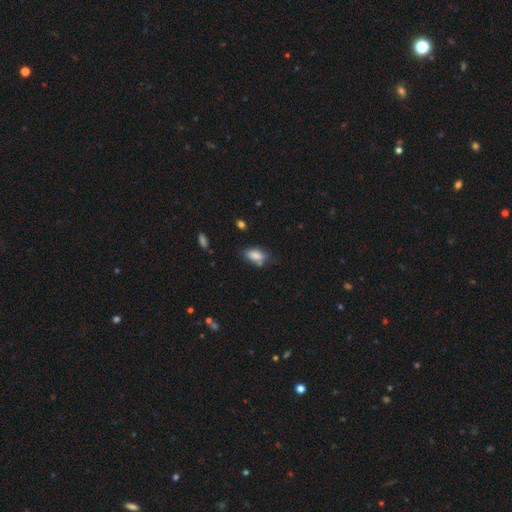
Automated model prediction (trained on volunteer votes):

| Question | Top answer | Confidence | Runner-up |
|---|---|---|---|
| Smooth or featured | smooth | 81% | featured or disk (10%) |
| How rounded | in between | 88% | round (7%) |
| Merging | none | 57% | minor disturbance (27%) |